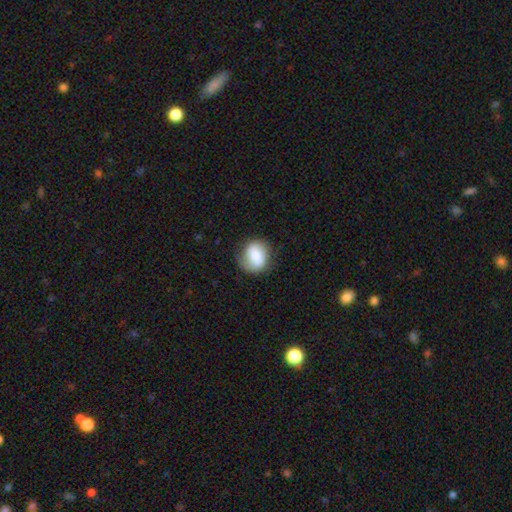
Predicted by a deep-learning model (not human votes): Morphology: type=smooth (57%); roundness=round (74%); merging=none (75%).